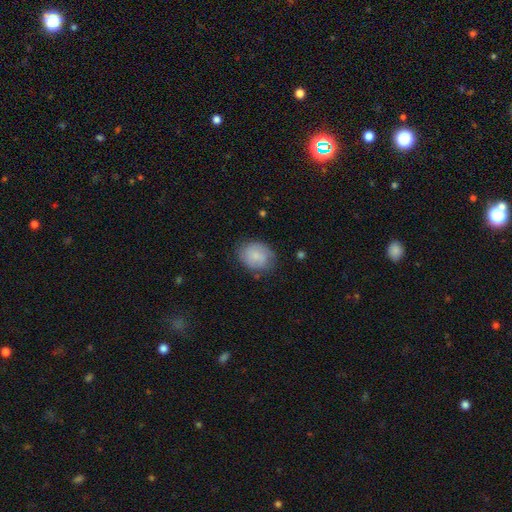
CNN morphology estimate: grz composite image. It shows a smooth galaxy with no disk features (62%) that is round (52%). Merging: none (72%).